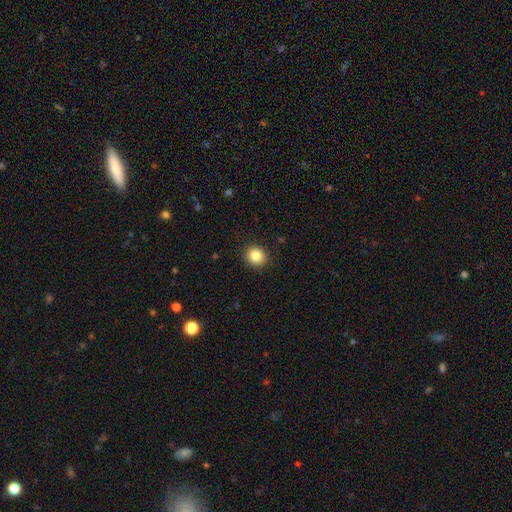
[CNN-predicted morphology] Overall: smooth (84%). How rounded: round (88%). Merging: none (92%).